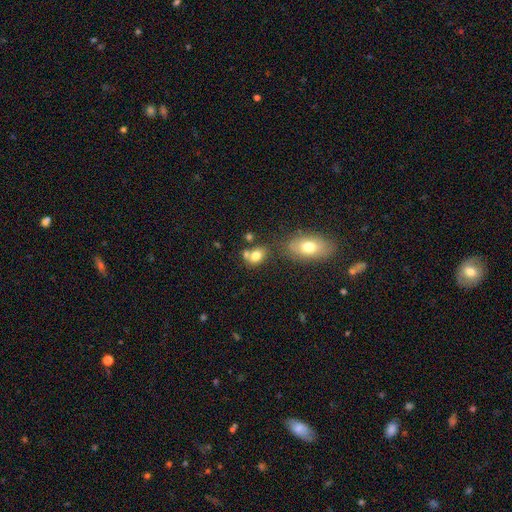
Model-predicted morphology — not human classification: Smooth or featured? smooth (76%)
How rounded? in between (63%)
Merging? none (48%)